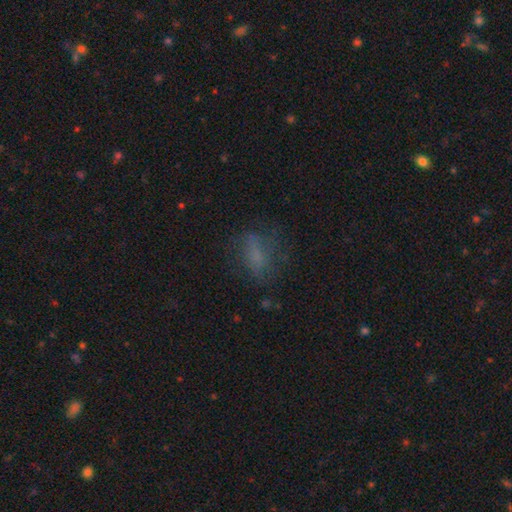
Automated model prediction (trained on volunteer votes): smooth 56%, featured or disk 24%, star or artifact 20%. Down the decision tree: how rounded — in between (71%); merging — none (60%).